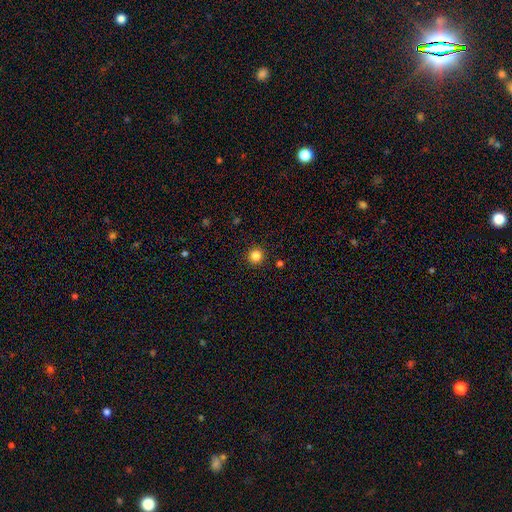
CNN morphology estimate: Q: Smooth or featured?
A: smooth (84%); runner-up: star or artifact (12%)
Q: How rounded?
A: round (95%); runner-up: in between (4%)
Q: Merging?
A: none (92%); runner-up: minor disturbance (5%)